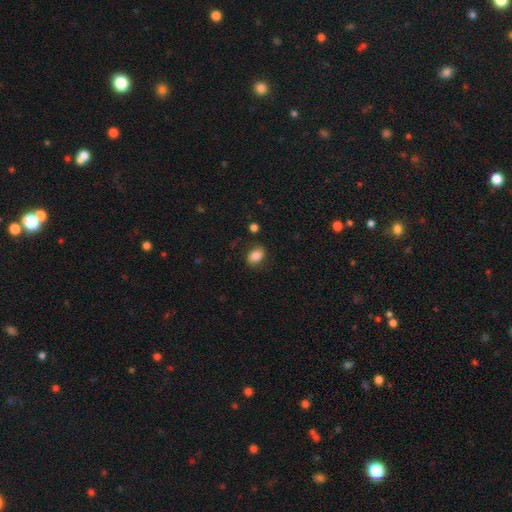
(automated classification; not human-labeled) Smooth or featured? smooth (82%)
How rounded? in between (73%)
Merging? none (80%)